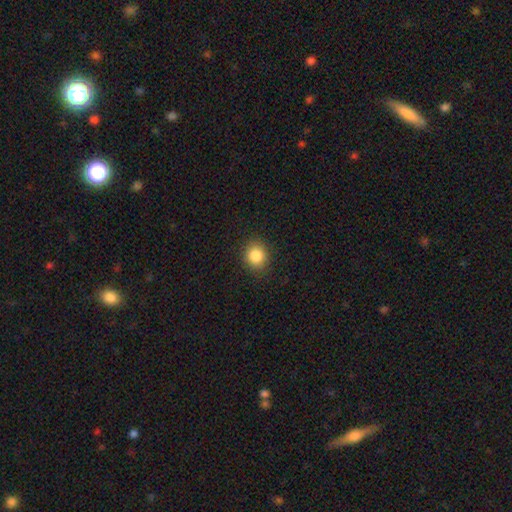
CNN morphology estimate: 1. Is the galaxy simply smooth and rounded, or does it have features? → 85% smooth, 10% star or artifact, 5% featured or disk.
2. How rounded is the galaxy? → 81% round, 18% in between, 1% cigar-shaped.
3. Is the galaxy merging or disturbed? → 89% none, 8% minor disturbance, 2% major disturbance, 1% merger.